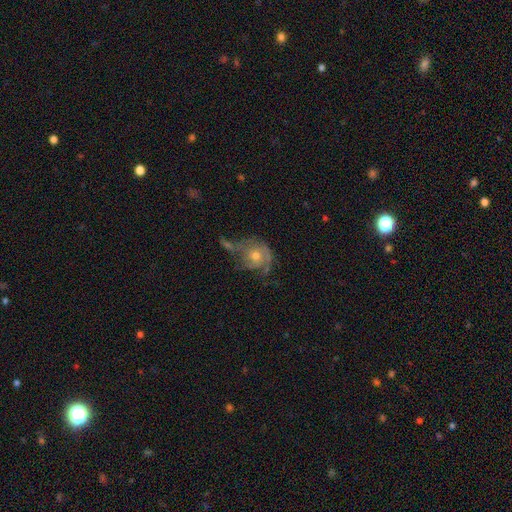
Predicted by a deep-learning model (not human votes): featured or disk 63%, smooth 28%, star or artifact 8%. Down the decision tree: edge-on disk — no (97%); bar — no (82%); spiral arms — yes (76%); bulge size — moderate (69%); merging — none (38%).